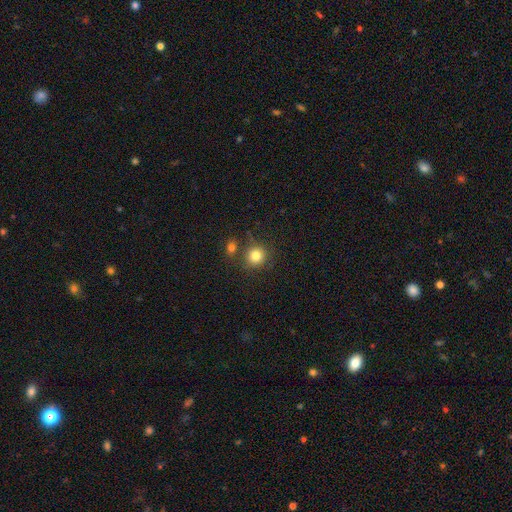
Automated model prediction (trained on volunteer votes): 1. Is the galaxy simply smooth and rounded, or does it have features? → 82% smooth, 12% star or artifact, 7% featured or disk.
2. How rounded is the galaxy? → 90% round, 10% in between, 1% cigar-shaped.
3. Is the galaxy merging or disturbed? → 74% none, 13% merger, 10% minor disturbance, 4% major disturbance.